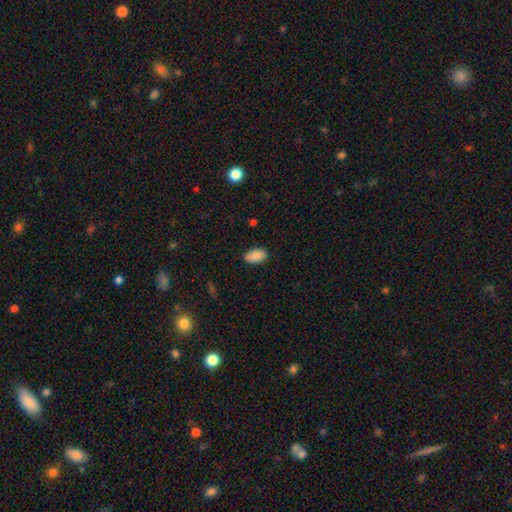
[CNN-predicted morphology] smooth 88%, star or artifact 7%, featured or disk 5%. Down the decision tree: how rounded — in between (93%); merging — none (81%).